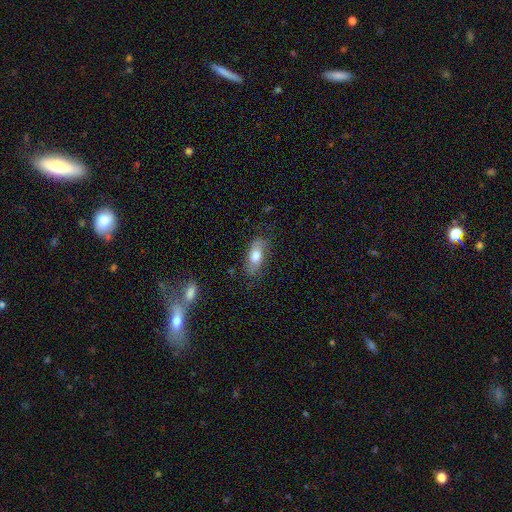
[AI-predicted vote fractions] A smooth galaxy with no disk features (68%) that is in between round and cigar-shaped (77%). Merging: none (75%).